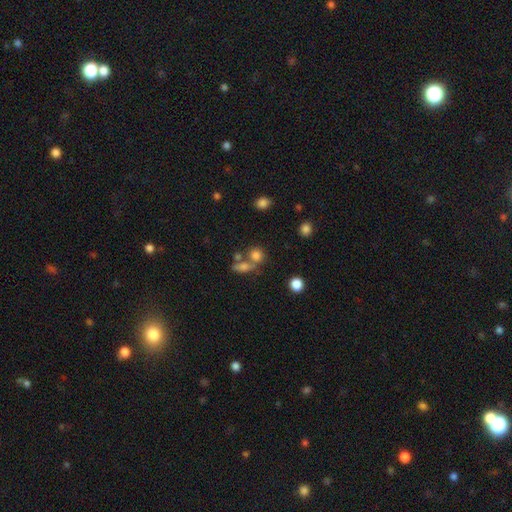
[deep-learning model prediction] Smooth or featured: smooth — 75% (star or artifact — 14%)
How rounded: round — 76% (in between — 21%)
Merging: none — 48% (merger — 37%)